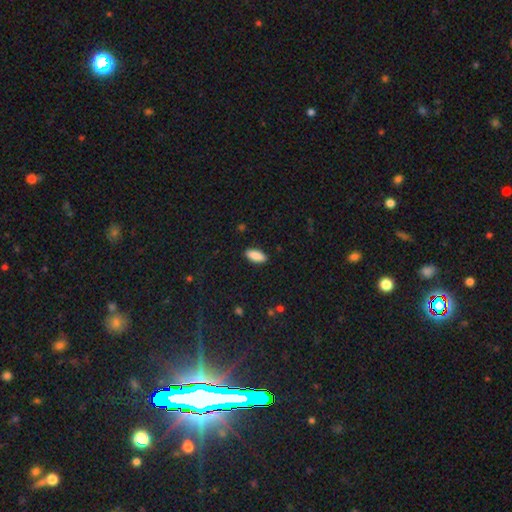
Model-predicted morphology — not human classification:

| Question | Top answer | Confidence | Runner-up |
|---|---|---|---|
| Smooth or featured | smooth | 89% | star or artifact (7%) |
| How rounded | in between | 83% | cigar-shaped (15%) |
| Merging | none | 89% | minor disturbance (8%) |